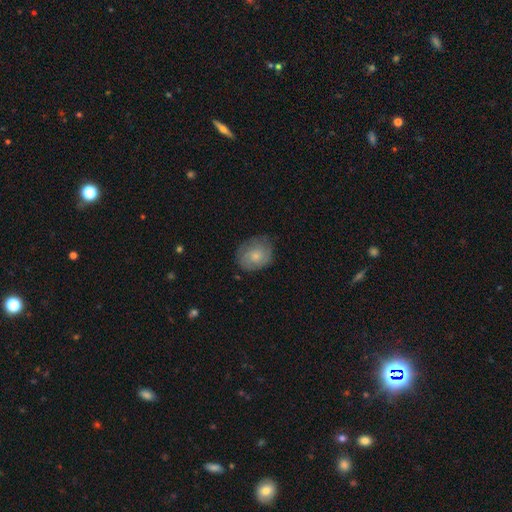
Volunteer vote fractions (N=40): Smooth or featured: smooth — 52% (featured or disk — 45%)
How rounded: in between — 52% (round — 48%)
Merging: none — 72% (minor disturbance — 21%)